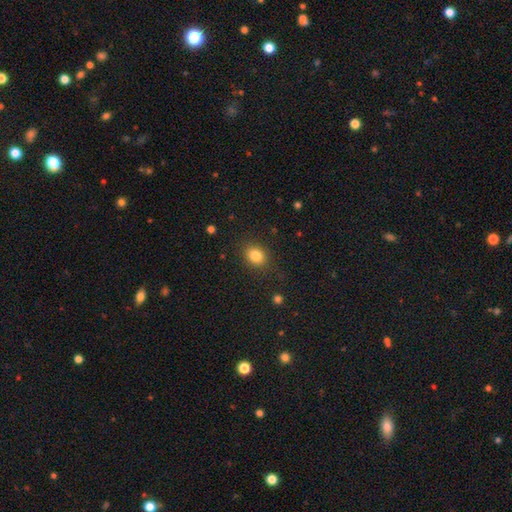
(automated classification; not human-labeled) The model was most divided on "how rounded": round: 57%, in between: 42%, cigar-shaped: 1%. More confident: merging — none (86%); smooth or featured — smooth (83%).